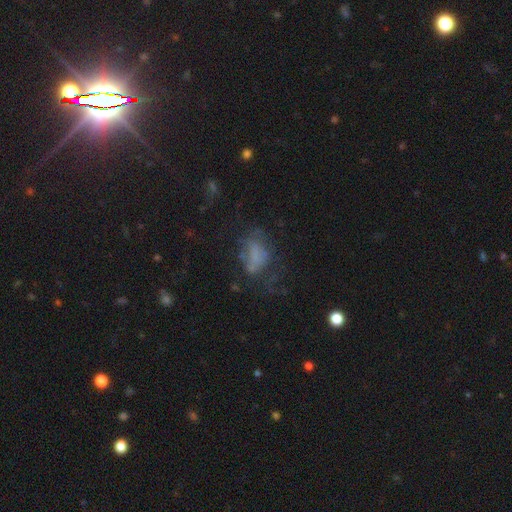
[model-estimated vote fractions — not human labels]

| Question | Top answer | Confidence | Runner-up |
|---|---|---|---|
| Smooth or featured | smooth | 46% | featured or disk (34%) |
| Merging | none | 37% | major disturbance (35%) |